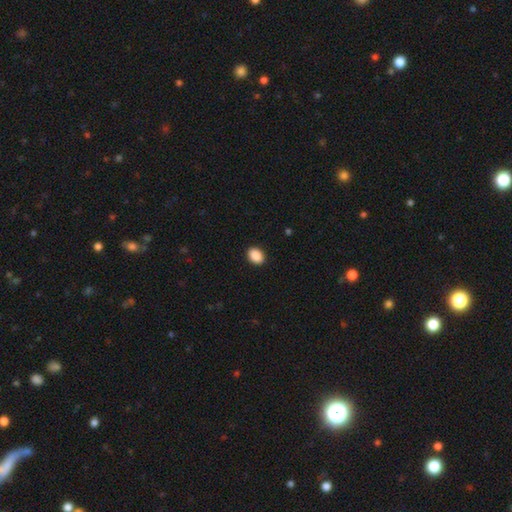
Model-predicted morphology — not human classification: This is clearly a smooth galaxy (90%). How rounded: likely in between (73%). Merging: clearly none (91%).